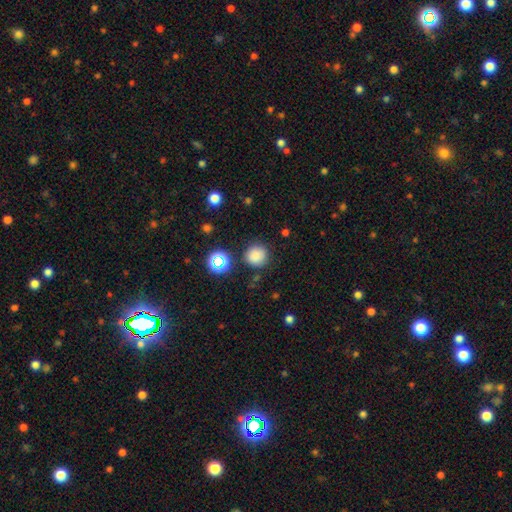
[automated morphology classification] Q: Smooth or featured?
A: smooth (81%); runner-up: star or artifact (15%)
Q: How rounded?
A: round (93%); runner-up: in between (6%)
Q: Merging?
A: none (84%); runner-up: minor disturbance (10%)